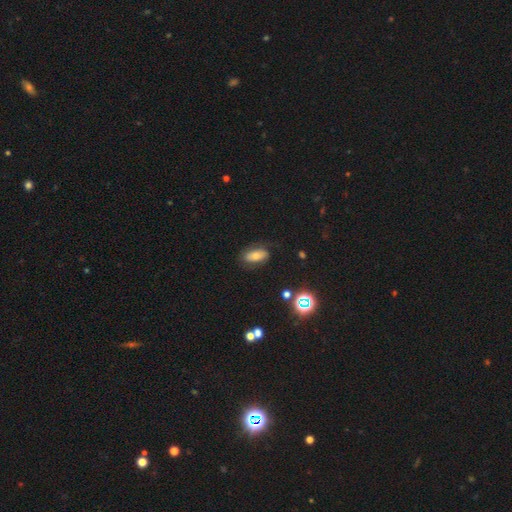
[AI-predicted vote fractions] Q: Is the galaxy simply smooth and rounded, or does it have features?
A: smooth — 61%.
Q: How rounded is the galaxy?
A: in between — 88%.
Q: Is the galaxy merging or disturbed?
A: none — 76%.